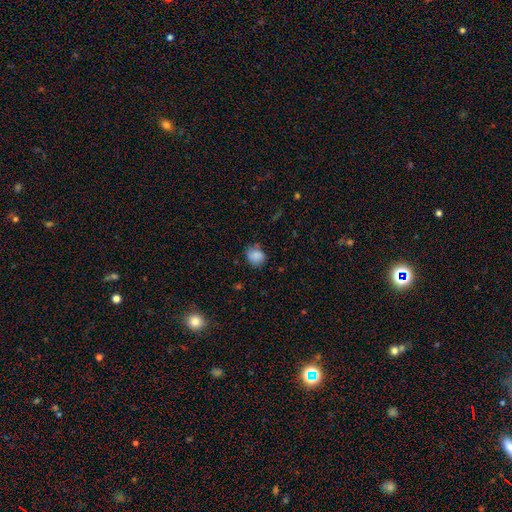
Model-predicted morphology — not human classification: This is clearly a smooth galaxy (85%). How rounded: likely round (74%). Merging: likely none (71%).